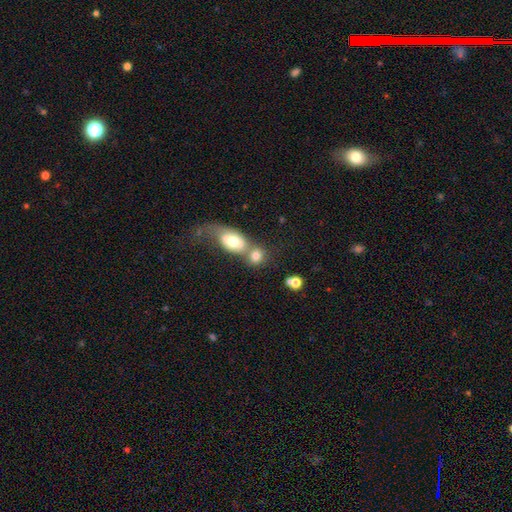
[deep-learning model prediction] Smooth or featured? smooth (73%)
How rounded? round (51%)
Merging? merger (56%)